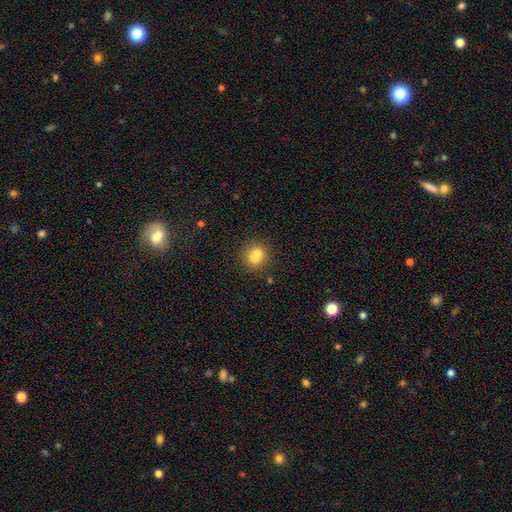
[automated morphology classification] A smooth galaxy with no disk features (70%) that is round (79%).

Vote fractions:
- Smooth or featured? smooth: 70% / featured or disk: 18% / star or artifact: 12%
- How rounded? round: 79% / in between: 20% / cigar-shaped: 1%
- Merging? none: 46% / merger: 43% / minor disturbance: 9% / major disturbance: 3%